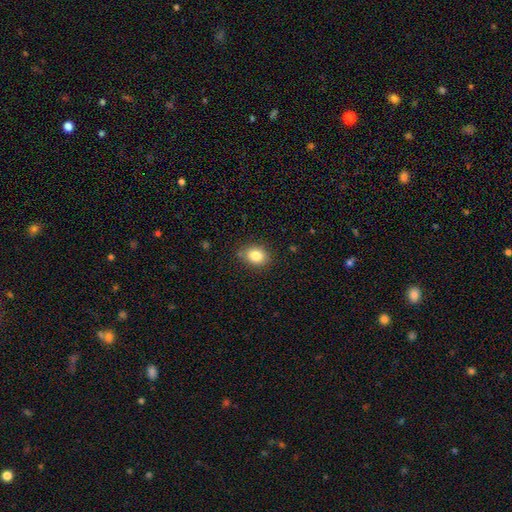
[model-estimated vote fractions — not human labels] This is clearly a smooth galaxy (84%). How rounded: possibly in between (52%). Merging: clearly none (82%).